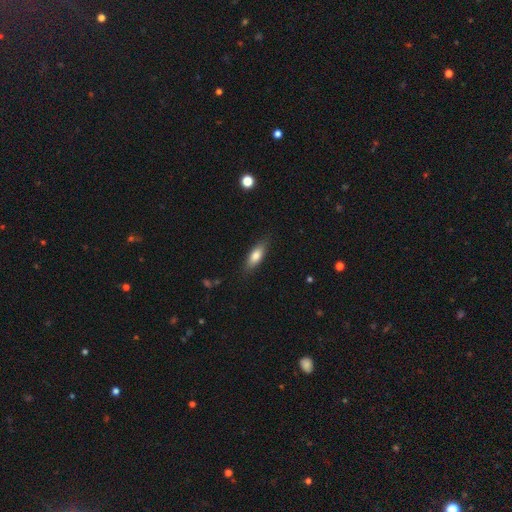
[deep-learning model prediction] Morphology: type=smooth (77%); roundness=in between (66%); merging=none (83%).